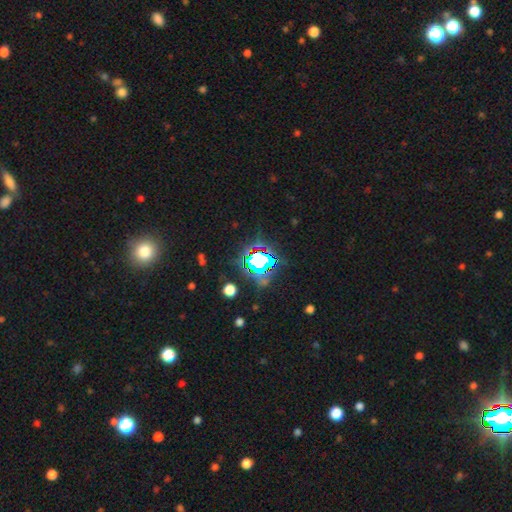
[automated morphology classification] Q: Smooth or featured?
A: star or artifact (70%); runner-up: smooth (18%)